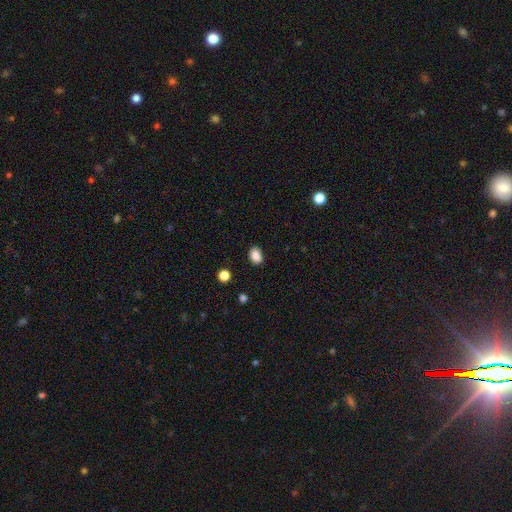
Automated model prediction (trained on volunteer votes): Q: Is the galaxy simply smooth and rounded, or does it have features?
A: smooth — 87%.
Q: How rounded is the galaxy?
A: in between — 76%.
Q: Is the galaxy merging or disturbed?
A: none — 85%.